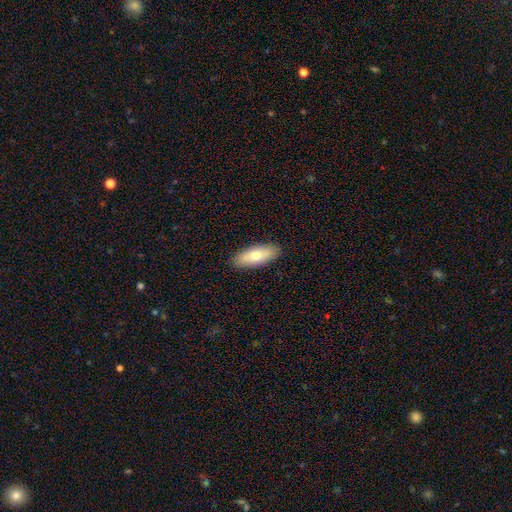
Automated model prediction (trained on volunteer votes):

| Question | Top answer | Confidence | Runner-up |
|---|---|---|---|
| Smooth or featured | smooth | 71% | featured or disk (23%) |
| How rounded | in between | 76% | cigar-shaped (22%) |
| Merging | none | 89% | minor disturbance (8%) |